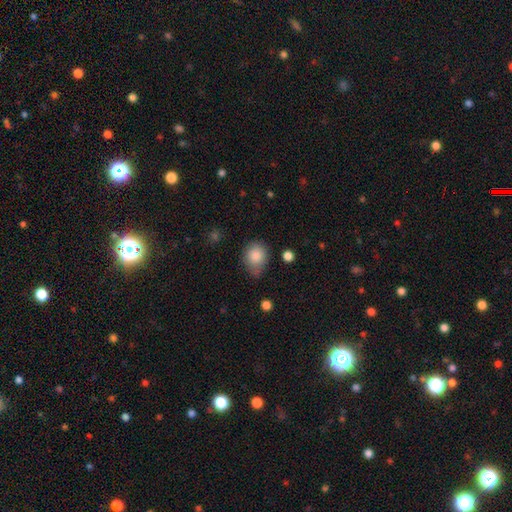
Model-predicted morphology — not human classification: A smooth galaxy with no disk features (85%) that is round (59%). Merging: none (54%).